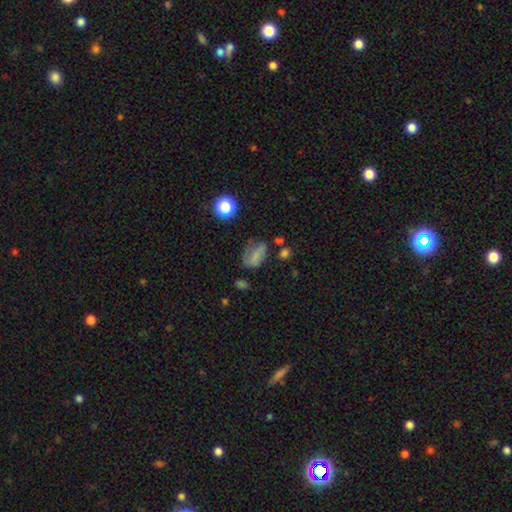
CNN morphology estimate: Smooth or featured? Predicted: smooth (p=0.68). How rounded? Predicted: in between (p=0.80). Merging? Predicted: none (p=0.45).